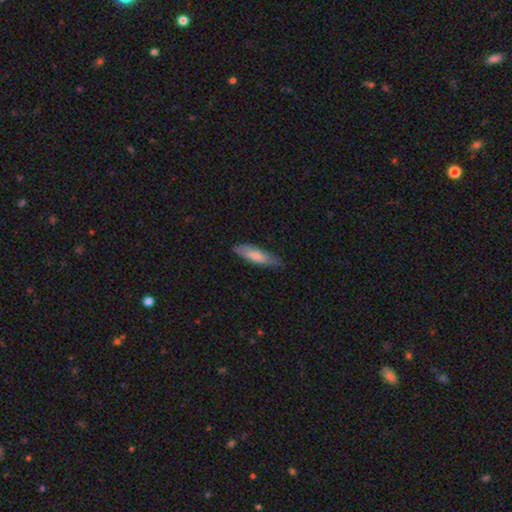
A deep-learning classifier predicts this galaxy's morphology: The model was most divided on "how rounded": cigar-shaped: 63%, in between: 36%, round: 1%. More confident: merging — none (73%); smooth or featured — smooth (73%).